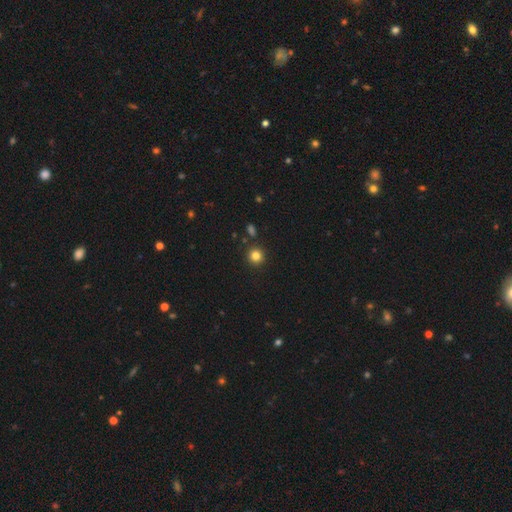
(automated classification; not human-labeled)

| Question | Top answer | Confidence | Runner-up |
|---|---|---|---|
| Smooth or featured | smooth | 82% | star or artifact (13%) |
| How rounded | round | 93% | in between (6%) |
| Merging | none | 89% | minor disturbance (6%) |